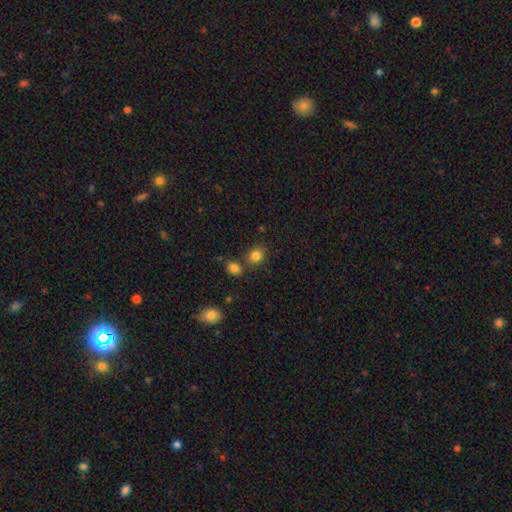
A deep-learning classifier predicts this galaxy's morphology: type=smooth (83%); roundness=round (66%); merging=none (73%).